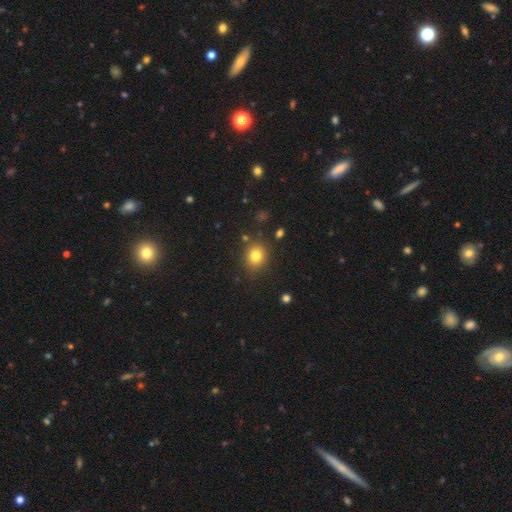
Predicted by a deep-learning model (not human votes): Smooth or featured: smooth — 80% (star or artifact — 13%)
How rounded: round — 70% (in between — 29%)
Merging: none — 84% (minor disturbance — 10%)